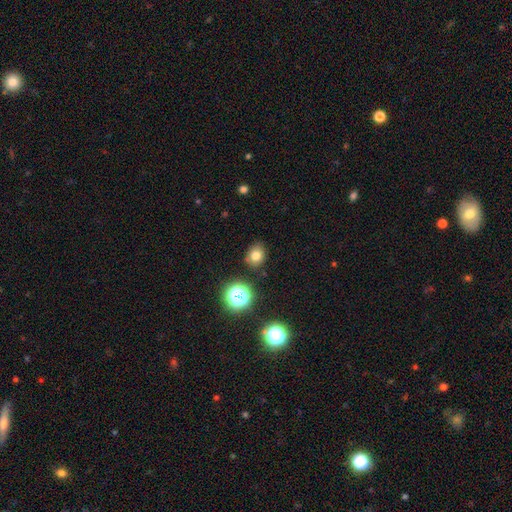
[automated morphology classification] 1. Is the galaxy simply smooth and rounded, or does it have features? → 75% smooth, 17% star or artifact, 8% featured or disk.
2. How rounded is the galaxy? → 64% round, 35% in between, 1% cigar-shaped.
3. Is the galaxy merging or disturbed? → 82% none, 12% minor disturbance, 3% major disturbance, 3% merger.